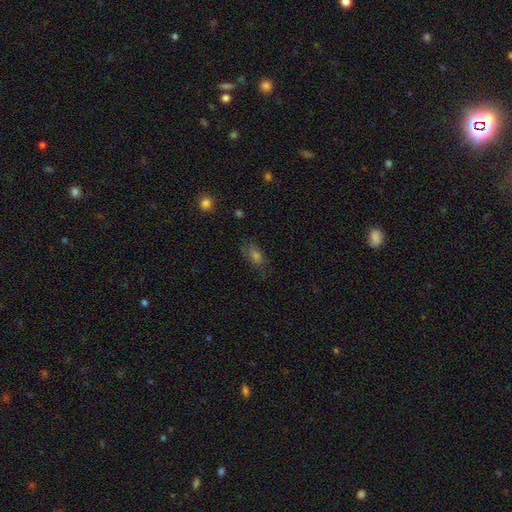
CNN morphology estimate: A smooth galaxy with no disk features (61%) that is in between round and cigar-shaped (79%).

Vote fractions:
- Smooth or featured? smooth: 61% / star or artifact: 20% / featured or disk: 19%
- How rounded? in between: 79% / round: 12% / cigar-shaped: 9%
- Merging? none: 72% / minor disturbance: 19% / major disturbance: 7% / merger: 2%